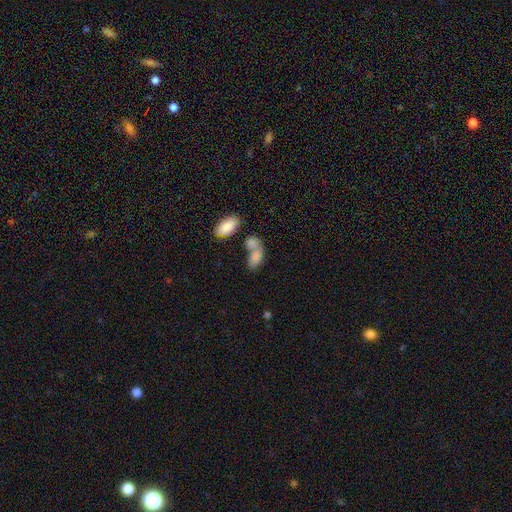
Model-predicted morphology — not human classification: Overall: smooth (78%). How rounded: in between (88%). Merging: merger (58%; none 24%).